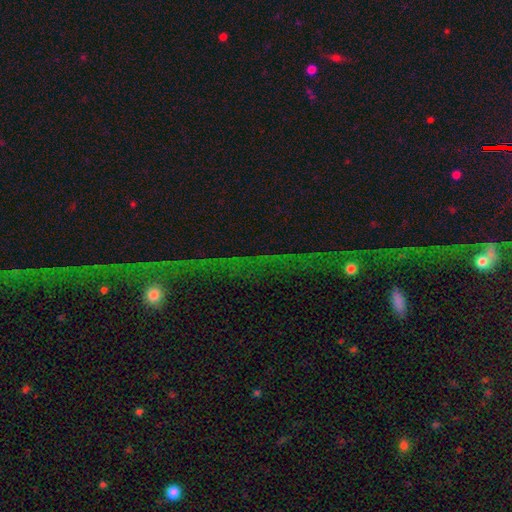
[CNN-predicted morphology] This is likely a star or artifact rather than a galaxy (69%).